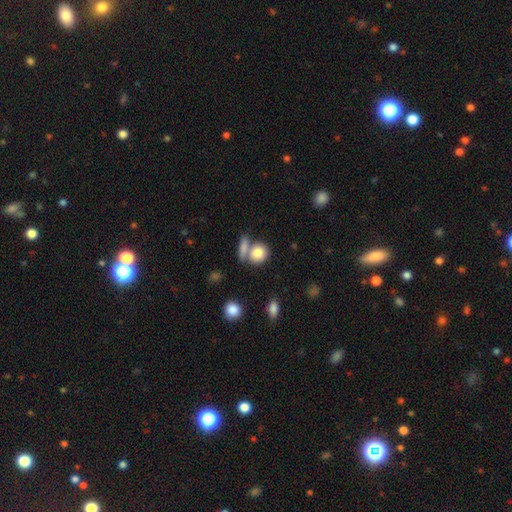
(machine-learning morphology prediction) This appears to be a smooth galaxy with no disk features (76%) that is round (71%). Merging: none (55%).